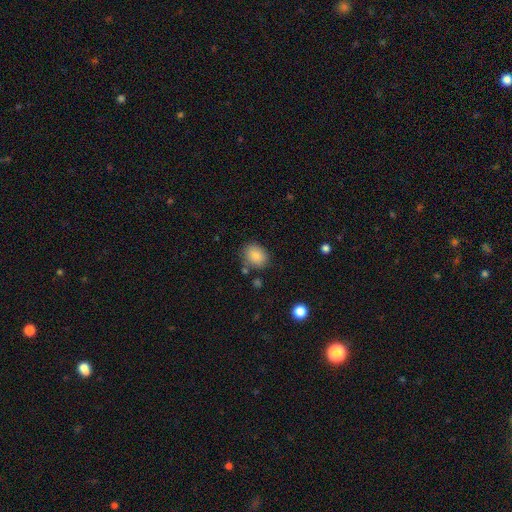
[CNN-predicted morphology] smooth-or-featured: smooth: 85% | star or artifact: 8% | featured or disk: 6%
  how-rounded: in between: 54% | round: 45% | cigar-shaped: 1%
  merging: none: 77% | minor disturbance: 14% | merger: 5% | major disturbance: 4%